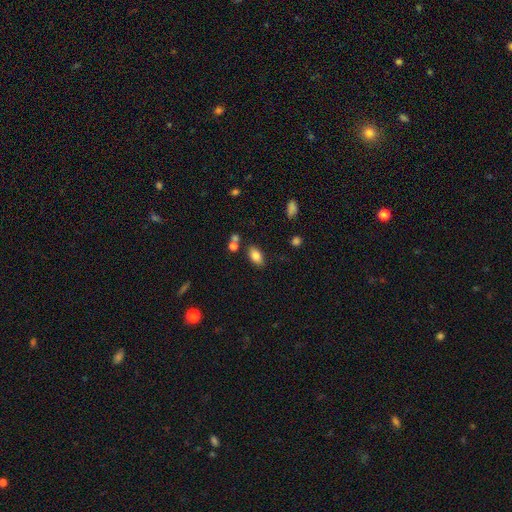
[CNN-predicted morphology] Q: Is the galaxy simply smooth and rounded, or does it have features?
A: smooth — 82%.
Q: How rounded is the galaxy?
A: in between — 90%.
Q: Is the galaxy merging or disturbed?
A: none — 77%.